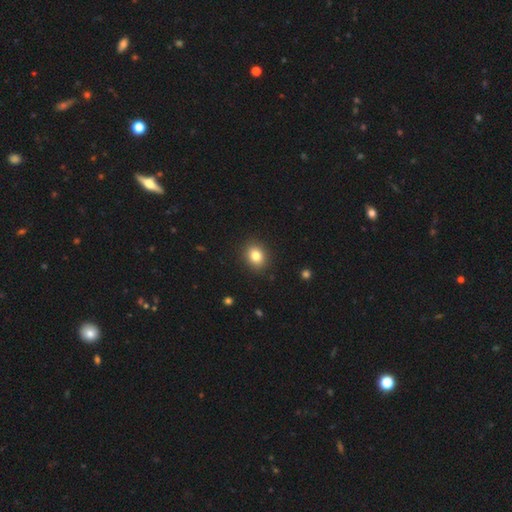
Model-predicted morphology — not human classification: A smooth galaxy with no disk features (82%) that is round (58%).

Vote fractions:
- Smooth or featured? smooth: 82% / star or artifact: 11% / featured or disk: 8%
- How rounded? round: 58% / in between: 41% / cigar-shaped: 1%
- Merging? none: 90% / minor disturbance: 7% / major disturbance: 2% / merger: 1%